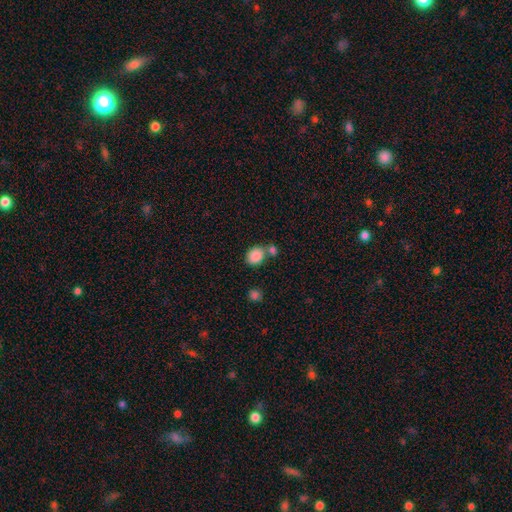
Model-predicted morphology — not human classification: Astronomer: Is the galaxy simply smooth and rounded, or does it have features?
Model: smooth — 86%.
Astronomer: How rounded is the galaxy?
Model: in between — 50% (runner-up: round, 49%).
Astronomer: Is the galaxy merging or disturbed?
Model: none — 56%.